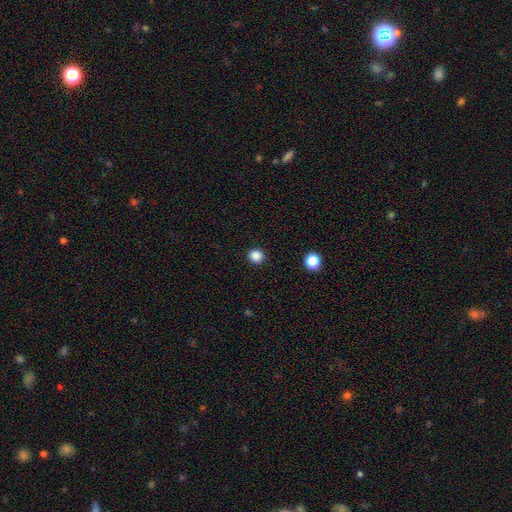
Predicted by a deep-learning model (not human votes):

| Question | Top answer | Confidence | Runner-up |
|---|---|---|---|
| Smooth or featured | smooth | 86% | star or artifact (11%) |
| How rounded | round | 86% | in between (13%) |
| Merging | none | 91% | minor disturbance (6%) |